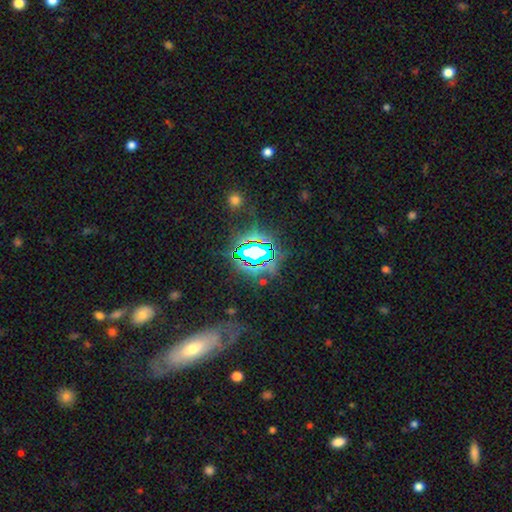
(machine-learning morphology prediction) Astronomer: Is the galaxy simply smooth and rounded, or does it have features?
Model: star or artifact — 73%.